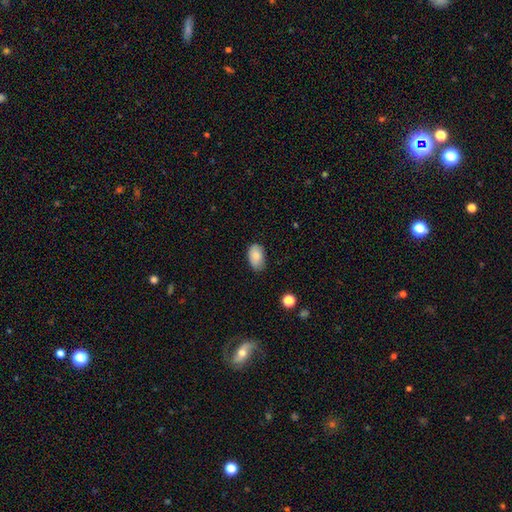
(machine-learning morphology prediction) smooth 83%, featured or disk 9%, star or artifact 7%. Down the decision tree: how rounded — in between (90%); merging — none (71%).